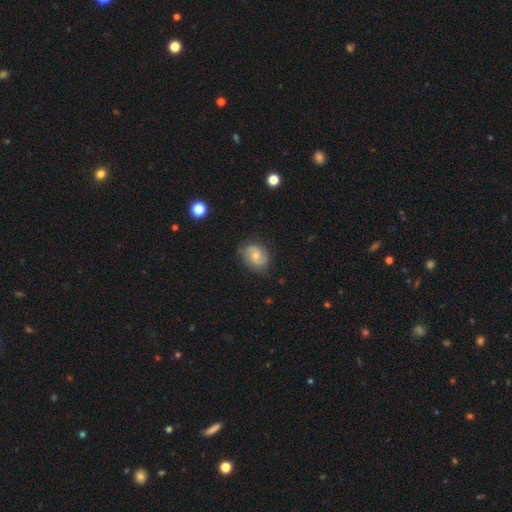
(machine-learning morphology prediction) Q: Smooth or featured?
A: featured or disk (66%); runner-up: smooth (27%)
Q: Edge-on disk?
A: no (98%); runner-up: yes (2%)
Q: Bar?
A: no (63%); runner-up: weak (33%)
Q: Spiral arms?
A: yes (92%); runner-up: no (8%)
Q: Spiral winding?
A: medium (46%); runner-up: tight (35%)
Q: Spiral arm count?
A: 2 (83%); runner-up: can't tell (9%)
Q: Bulge size?
A: small (48%); runner-up: moderate (46%)
Q: Merging?
A: none (77%); runner-up: minor disturbance (17%)